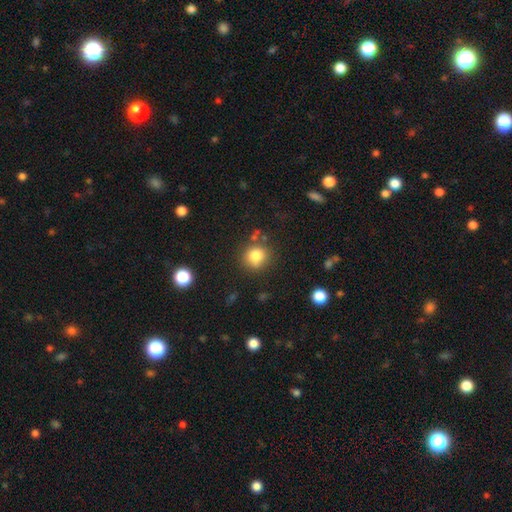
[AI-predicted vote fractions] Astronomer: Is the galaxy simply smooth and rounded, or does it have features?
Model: smooth — 81%.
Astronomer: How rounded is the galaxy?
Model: round — 85%.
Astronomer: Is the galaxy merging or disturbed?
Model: none — 76%.